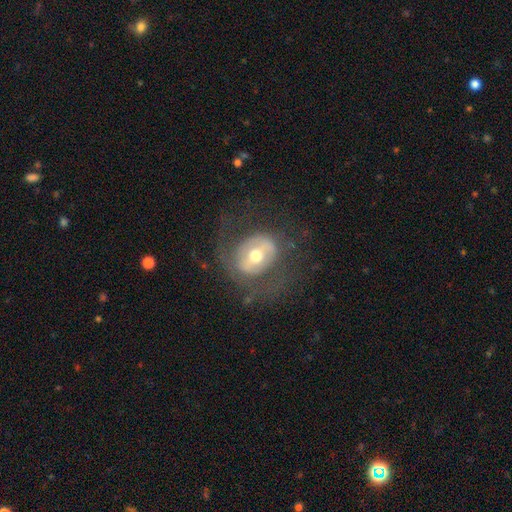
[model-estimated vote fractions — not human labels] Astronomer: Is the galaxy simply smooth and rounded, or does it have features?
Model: featured or disk — 65%.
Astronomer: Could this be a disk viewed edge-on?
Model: no — 95%.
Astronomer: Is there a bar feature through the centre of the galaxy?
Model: weak — 37% (runner-up: no, 34%).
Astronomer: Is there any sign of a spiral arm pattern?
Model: no — 51% (runner-up: yes, 49%).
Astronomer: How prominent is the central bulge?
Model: moderate — 73%.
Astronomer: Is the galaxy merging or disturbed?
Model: none — 61%.